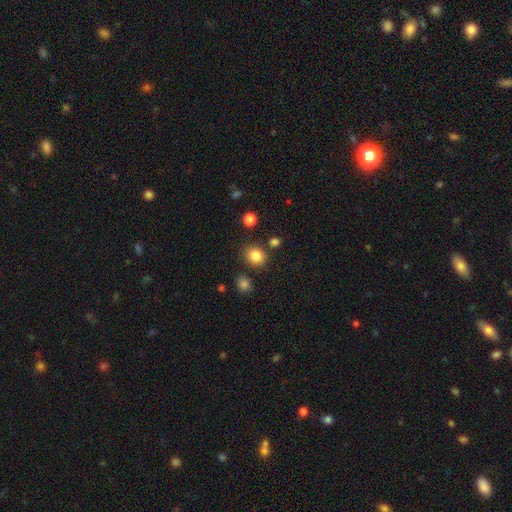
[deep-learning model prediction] smooth_or_featured: smooth (p=0.83) [alt: star or artifact p=0.12]
how_rounded: round (p=0.80) [alt: in between p=0.20]
merging: none (p=0.82) [alt: minor disturbance p=0.09]